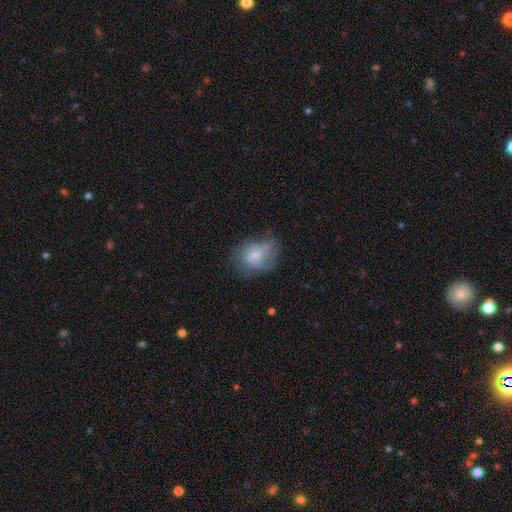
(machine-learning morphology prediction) Smooth or featured?
  - smooth: 53% *
  - featured or disk: 38%
  - star or artifact: 9%
How rounded?
  - in between: 63% *
  - round: 36%
  - cigar-shaped: 1%
Merging?
  - none: 49% *
  - minor disturbance: 30%
  - major disturbance: 19%
  - merger: 3%